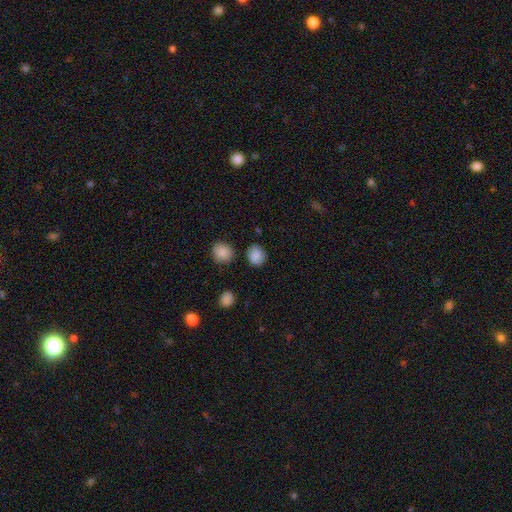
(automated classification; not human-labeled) A smooth galaxy with no disk features (85%) that is round (72%). Merging: none (82%).